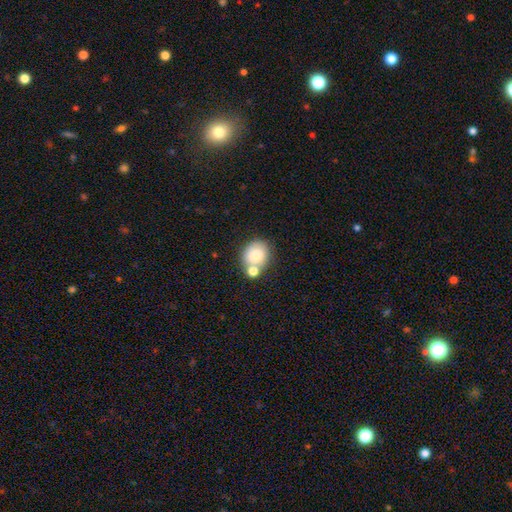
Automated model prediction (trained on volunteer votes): A smooth galaxy with no disk features (74%) that is round (62%).

Vote fractions:
- Smooth or featured? smooth: 74% / featured or disk: 17% / star or artifact: 8%
- How rounded? round: 62% / in between: 37% / cigar-shaped: 1%
- Merging? none: 45% / merger: 37% / minor disturbance: 13% / major disturbance: 5%